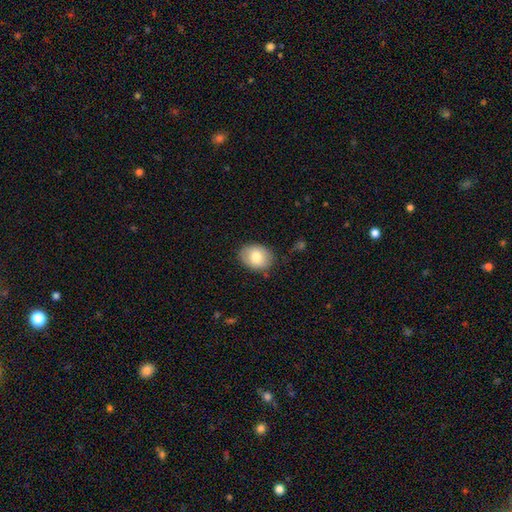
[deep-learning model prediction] smooth-or-featured: smooth: 77% | featured or disk: 15% | star or artifact: 7%
  how-rounded: in between: 65% | round: 34% | cigar-shaped: 1%
  merging: none: 82% | minor disturbance: 14% | major disturbance: 3% | merger: 1%